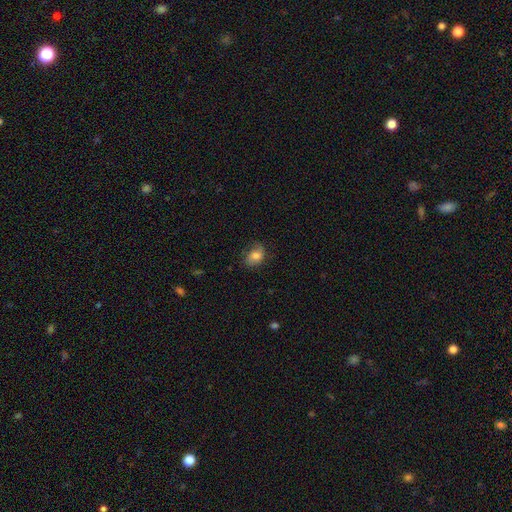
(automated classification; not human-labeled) smooth_or_featured: smooth (p=0.71) [alt: featured or disk p=0.19]
how_rounded: in between (p=0.64) [alt: round p=0.35]
merging: none (p=0.61) [alt: minor disturbance p=0.27]